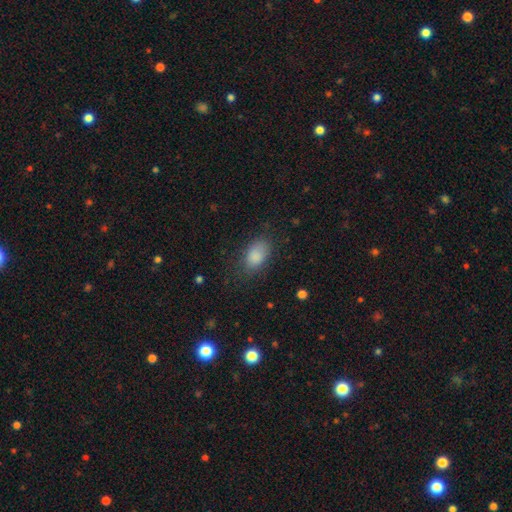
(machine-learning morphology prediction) Smooth or featured? smooth (85%)
How rounded? in between (90%)
Merging? none (72%)